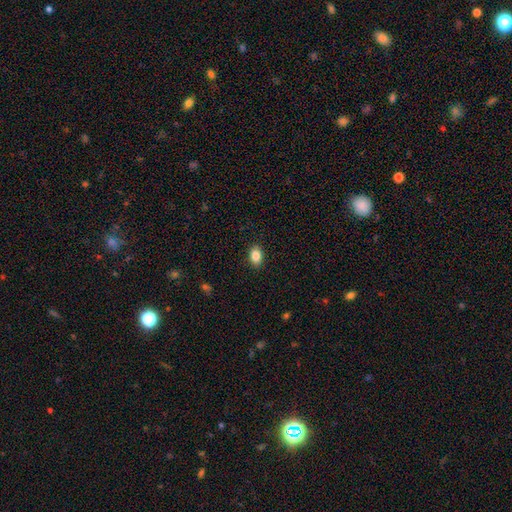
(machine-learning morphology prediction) Overall: smooth (86%). How rounded: in between (82%). Merging: none (89%).